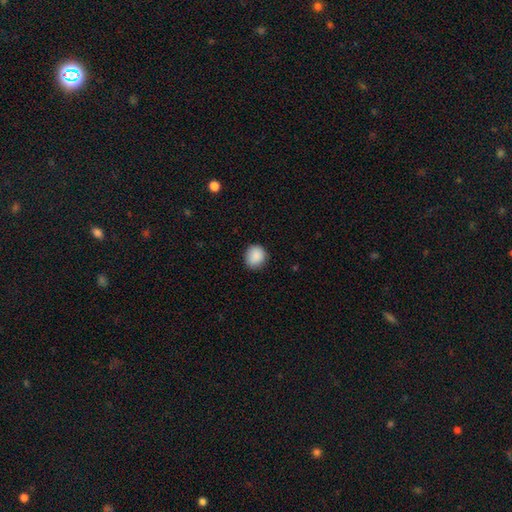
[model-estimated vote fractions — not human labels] Overall: smooth (89%). How rounded: round (83%). Merging: none (86%).